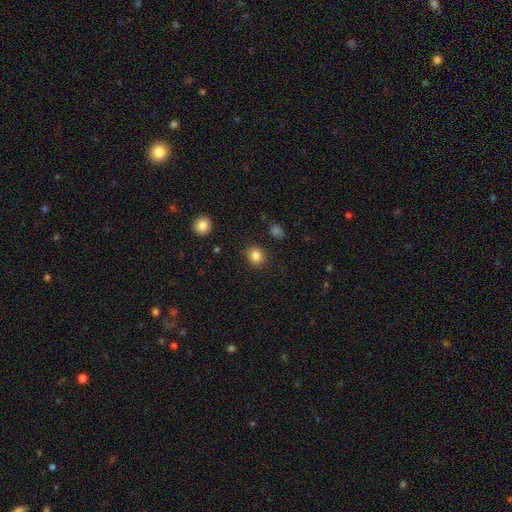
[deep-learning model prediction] Smooth or featured: smooth — 84% (star or artifact — 11%)
How rounded: round — 77% (in between — 22%)
Merging: none — 89% (minor disturbance — 7%)